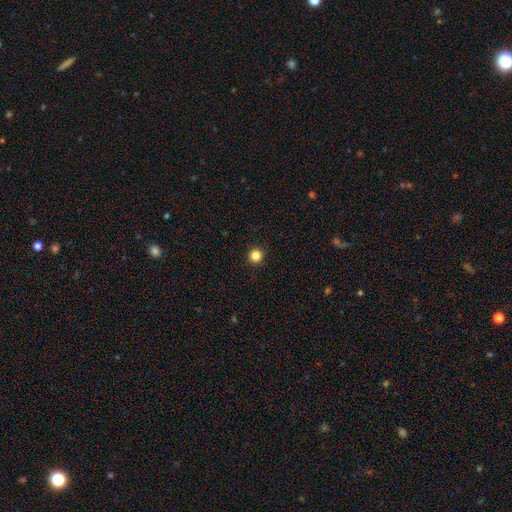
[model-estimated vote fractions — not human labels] A smooth galaxy with no disk features (84%) that is round (94%). Merging: none (93%).